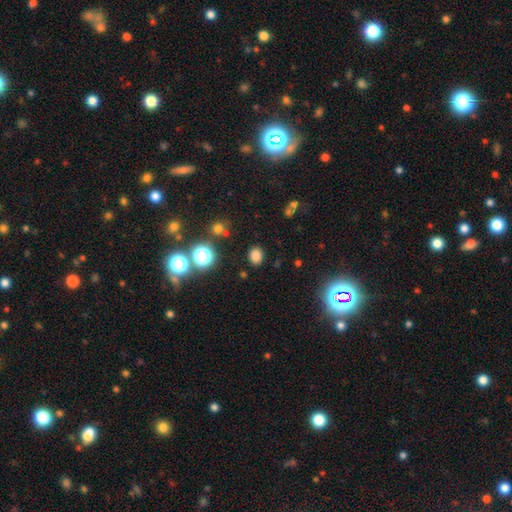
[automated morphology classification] Smooth or featured? smooth (78%)
How rounded? in between (51%)
Merging? none (86%)